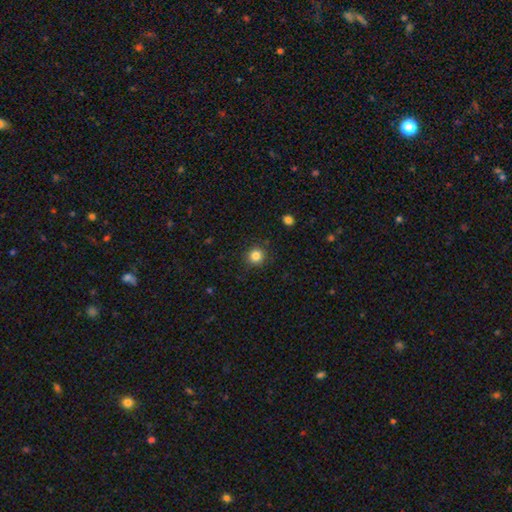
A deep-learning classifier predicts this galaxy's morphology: Q: Smooth or featured?
A: smooth (84%); runner-up: star or artifact (11%)
Q: How rounded?
A: round (92%); runner-up: in between (7%)
Q: Merging?
A: none (89%); runner-up: minor disturbance (7%)